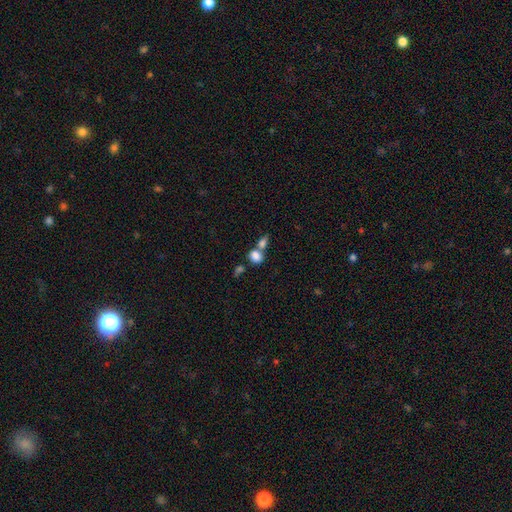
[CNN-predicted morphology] smooth_or_featured: smooth (p=0.82) [alt: star or artifact p=0.10]
how_rounded: in between (p=0.60) [alt: round p=0.38]
merging: merger (p=0.54) [alt: none p=0.32]